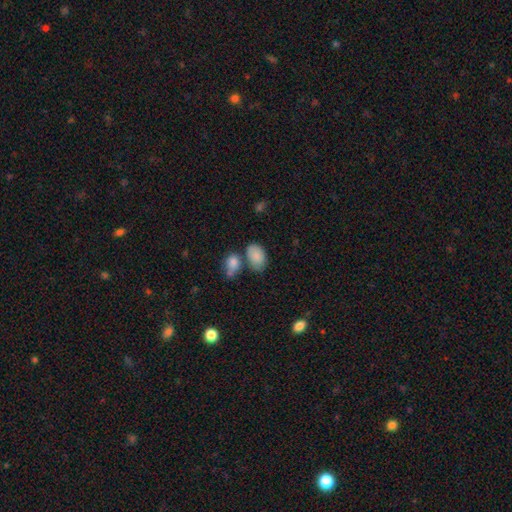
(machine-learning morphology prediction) The model was most divided on "merging": none: 51%, merger: 23%, minor disturbance: 19%, major disturbance: 7%. More confident: how rounded — in between (87%); smooth or featured — smooth (85%).